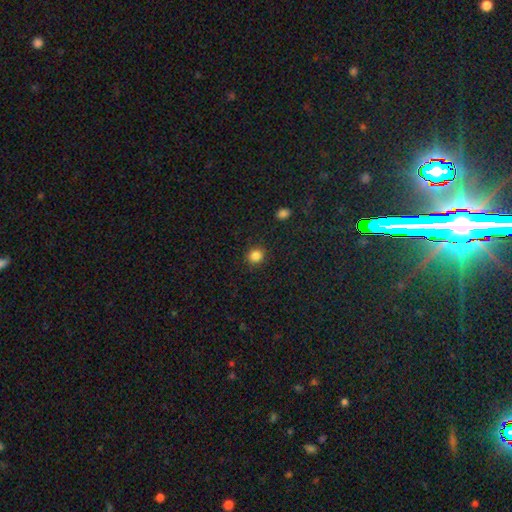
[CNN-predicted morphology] A smooth galaxy with no disk features (85%) that is round (87%).

Vote fractions:
- Smooth or featured? smooth: 85% / star or artifact: 11% / featured or disk: 4%
- How rounded? round: 87% / in between: 12% / cigar-shaped: 1%
- Merging? none: 90% / minor disturbance: 6% / major disturbance: 2% / merger: 1%